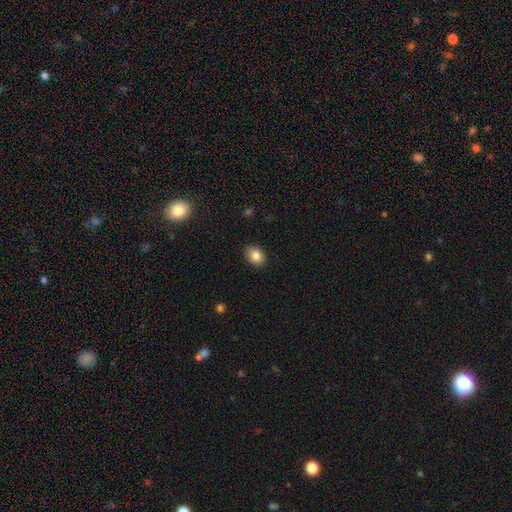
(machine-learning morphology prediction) A smooth galaxy with no disk features (85%) that is in between round and cigar-shaped (70%). Merging: none (89%).